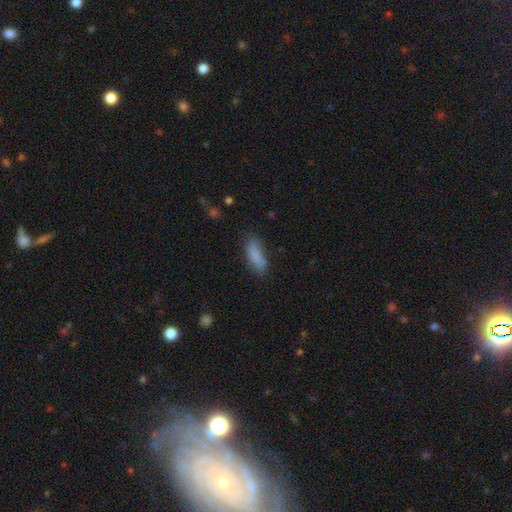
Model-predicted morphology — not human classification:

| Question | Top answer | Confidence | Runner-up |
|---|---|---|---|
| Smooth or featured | smooth | 82% | featured or disk (9%) |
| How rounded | in between | 63% | cigar-shaped (35%) |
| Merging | none | 65% | minor disturbance (24%) |